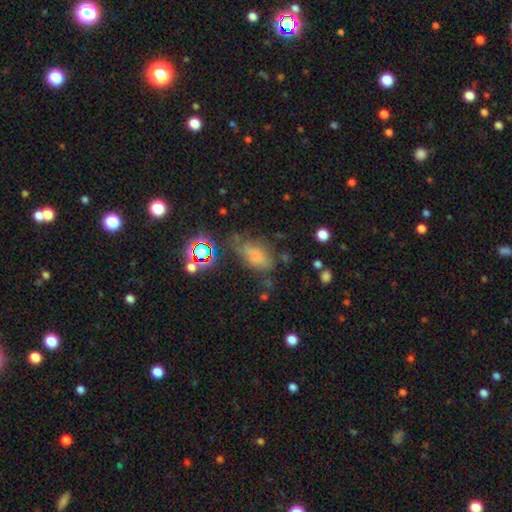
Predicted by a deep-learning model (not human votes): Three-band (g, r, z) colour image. It shows a smooth galaxy with no disk features (61%) that is in between round and cigar-shaped (84%). Merging: none (46%).